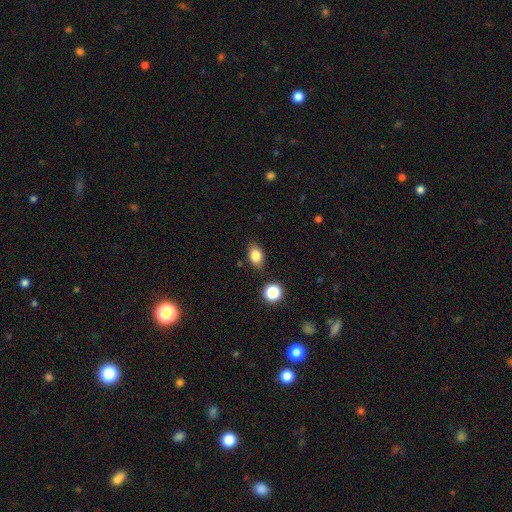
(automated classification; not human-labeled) Smooth or featured: smooth — 83% (star or artifact — 10%)
How rounded: in between — 77% (round — 21%)
Merging: none — 82% (minor disturbance — 12%)